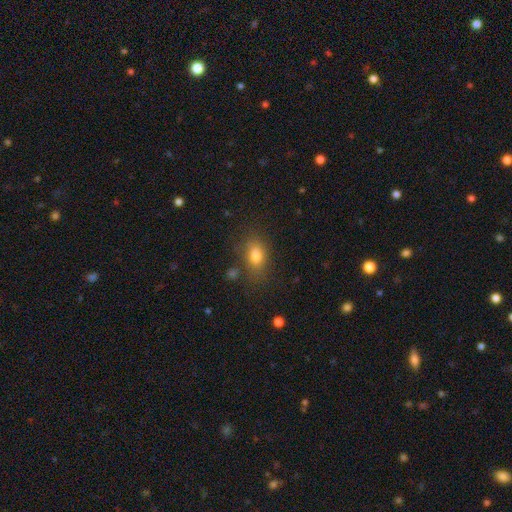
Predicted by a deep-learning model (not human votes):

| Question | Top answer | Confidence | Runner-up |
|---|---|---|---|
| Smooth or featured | smooth | 80% | star or artifact (10%) |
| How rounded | in between | 80% | round (17%) |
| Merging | none | 72% | minor disturbance (17%) |